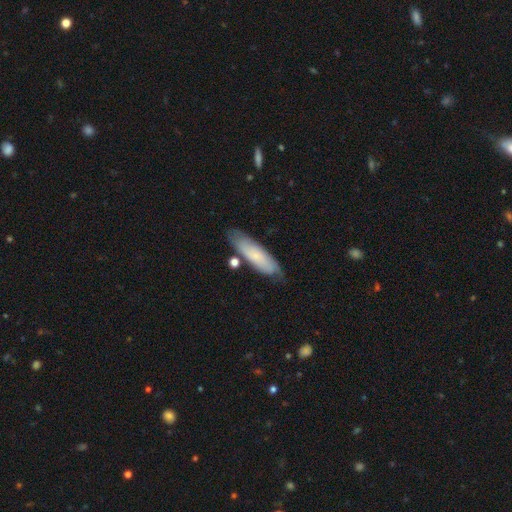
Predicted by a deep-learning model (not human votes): This appears to be a smooth galaxy with no disk features (67%) that is cigar-shaped (57%). Merging: none (71%).